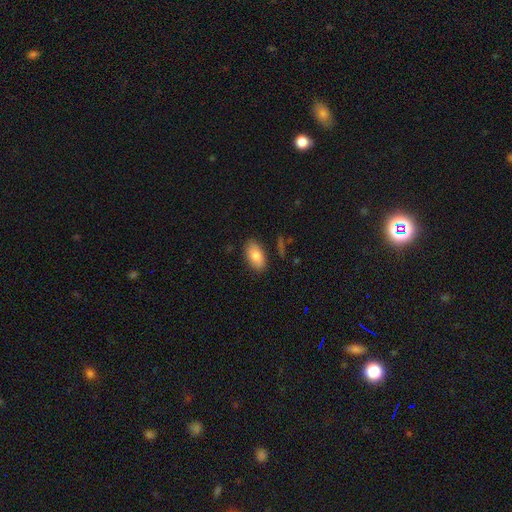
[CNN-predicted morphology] Smooth or featured: smooth — 81% (featured or disk — 13%)
How rounded: in between — 93% (round — 4%)
Merging: none — 85% (minor disturbance — 11%)